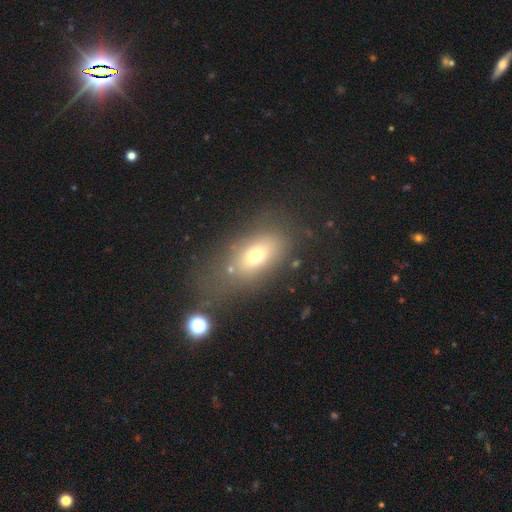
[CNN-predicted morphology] Q: Smooth or featured?
A: smooth (66%); runner-up: featured or disk (20%)
Q: How rounded?
A: in between (80%); runner-up: round (15%)
Q: Merging?
A: none (57%); runner-up: minor disturbance (17%)